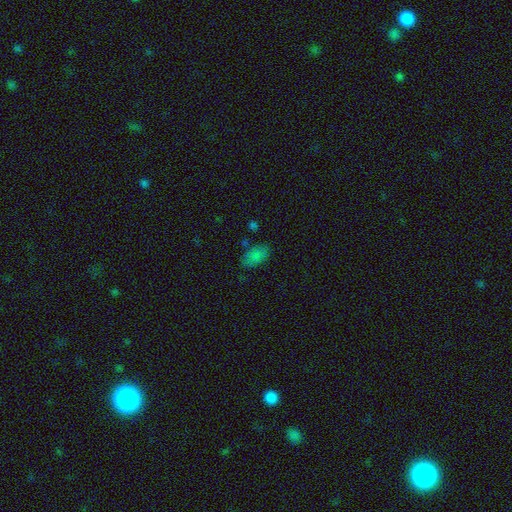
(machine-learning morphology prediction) A smooth galaxy with no disk features (80%) that is in between round and cigar-shaped (92%). Merging: none (73%).